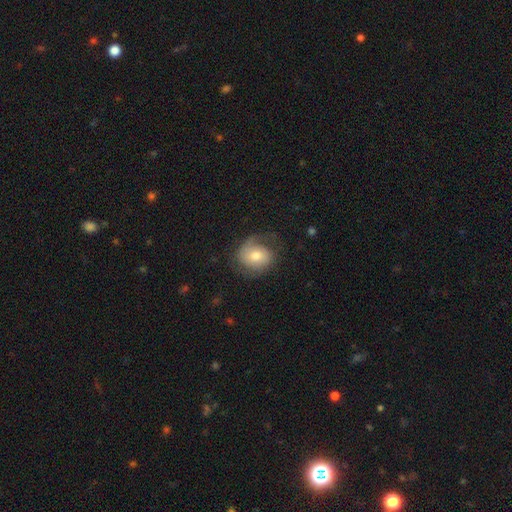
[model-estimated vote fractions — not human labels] Smooth or featured? Predicted: smooth (p=0.48). Merging? Predicted: none (p=0.61).